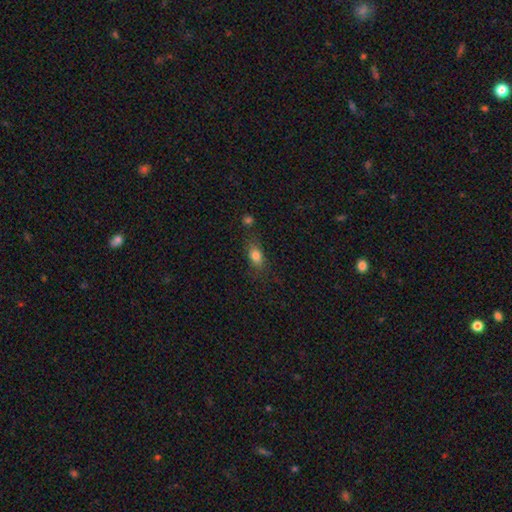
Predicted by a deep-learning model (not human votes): smooth-or-featured: smooth: 80% | star or artifact: 11% | featured or disk: 9%
  how-rounded: in between: 75% | round: 18% | cigar-shaped: 6%
  merging: none: 72% | minor disturbance: 17% | major disturbance: 6% | merger: 5%